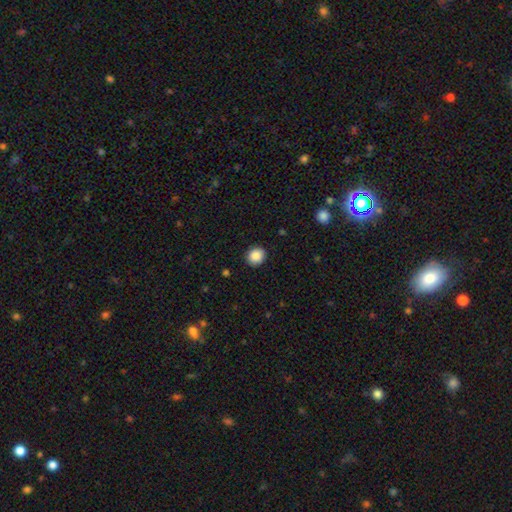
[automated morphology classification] smooth-or-featured: smooth: 89% | star or artifact: 9% | featured or disk: 3%
  how-rounded: round: 82% | in between: 17% | cigar-shaped: 1%
  merging: none: 90% | minor disturbance: 7% | major disturbance: 2% | merger: 1%